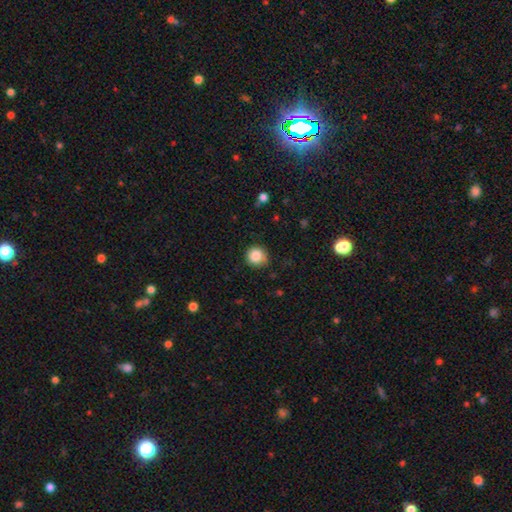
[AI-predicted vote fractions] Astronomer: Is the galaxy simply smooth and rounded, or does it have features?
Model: smooth — 86%.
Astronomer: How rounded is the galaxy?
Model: round — 92%.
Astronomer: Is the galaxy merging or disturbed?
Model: none — 83%.